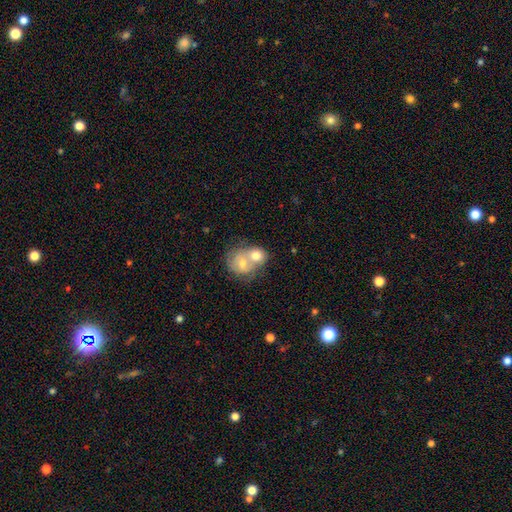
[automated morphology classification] Overall: smooth (64%; featured or disk 29%). How rounded: round (63%; in between 36%). Merging: merger (76%).